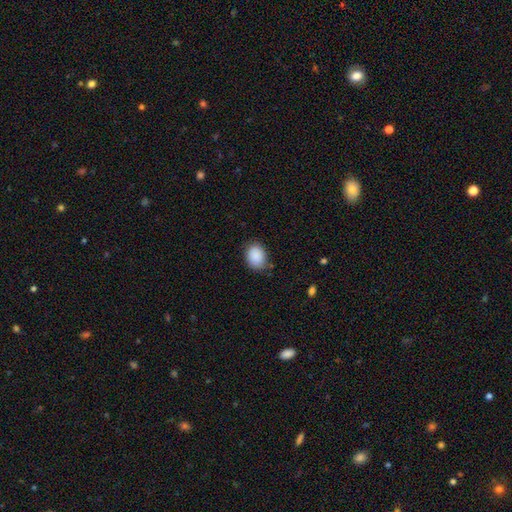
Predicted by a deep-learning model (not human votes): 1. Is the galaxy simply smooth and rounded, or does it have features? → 89% smooth, 7% star or artifact, 3% featured or disk.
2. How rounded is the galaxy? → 59% in between, 41% round, 1% cigar-shaped.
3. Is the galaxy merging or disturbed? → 79% none, 16% minor disturbance, 3% major disturbance, 1% merger.